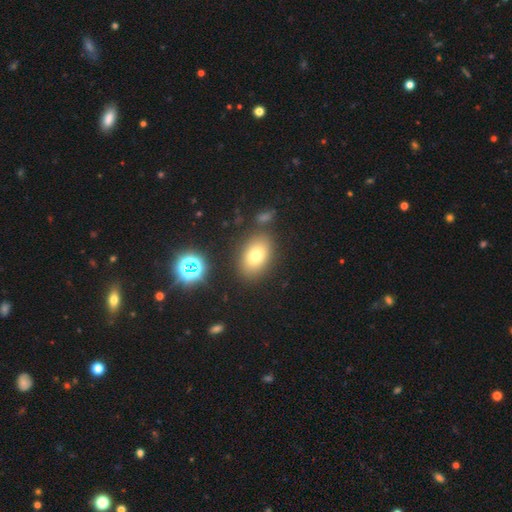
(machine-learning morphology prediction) This appears to be a smooth galaxy with no disk features (75%) that is in between round and cigar-shaped (84%). Merging: none (82%).